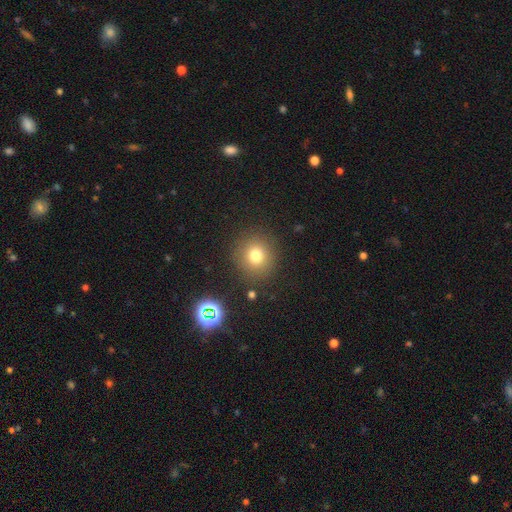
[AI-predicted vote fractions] Smooth or featured: smooth — 75% (star or artifact — 16%)
How rounded: round — 89% (in between — 10%)
Merging: none — 86% (minor disturbance — 8%)